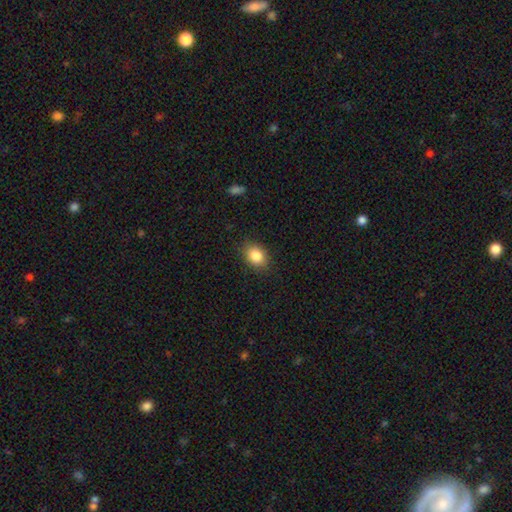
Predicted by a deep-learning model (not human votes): A smooth galaxy with no disk features (85%) that is in between round and cigar-shaped (64%). Merging: none (85%).